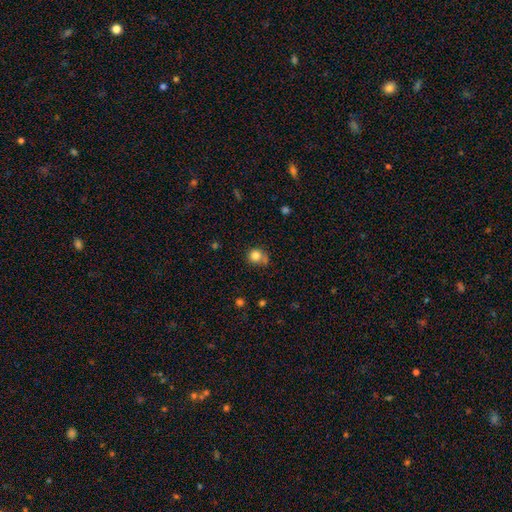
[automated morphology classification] smooth_or_featured: smooth (p=0.82) [alt: star or artifact p=0.11]
how_rounded: round (p=0.87) [alt: in between p=0.12]
merging: none (p=0.62) [alt: minor disturbance p=0.19]